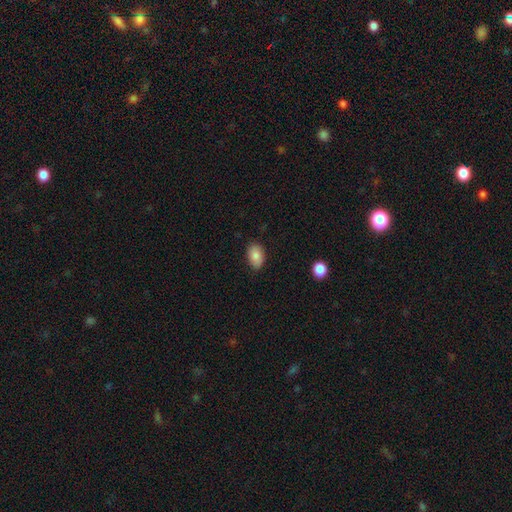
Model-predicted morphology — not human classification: Smooth or featured: smooth — 86% (star or artifact — 8%)
How rounded: in between — 88% (round — 11%)
Merging: none — 83% (minor disturbance — 13%)